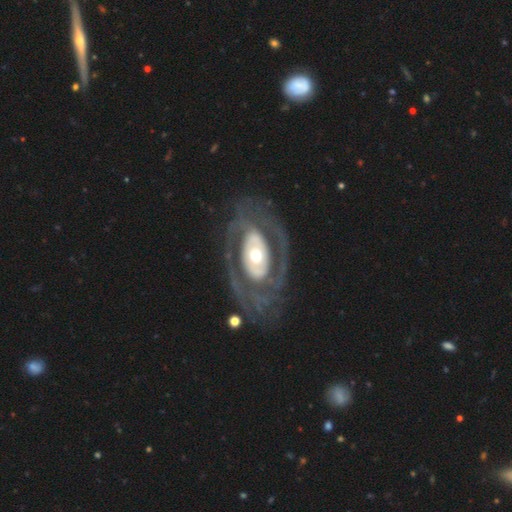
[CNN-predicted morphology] This is clearly a featured or disk galaxy (82%). It is clearly not viewed edge-on (95%). Bar: likely no (70%). Spiral arm pattern: likely yes (69%). Spiral arm count: likely 2 (63%). Spiral winding: possibly tight (48%). Central bulge: likely moderate (64%). Merging: likely none (69%).